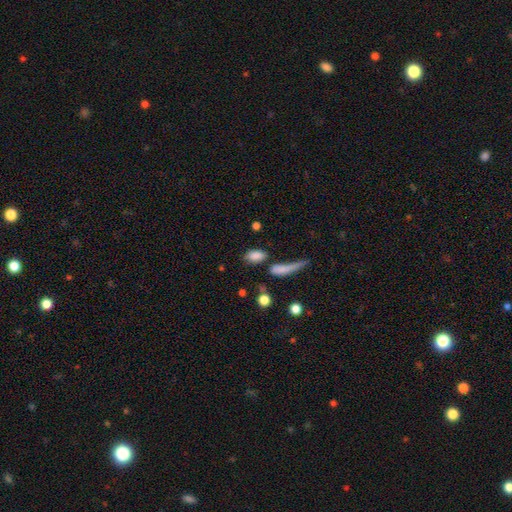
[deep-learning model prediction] Smooth or featured: smooth — 83% (star or artifact — 9%)
How rounded: in between — 86% (round — 8%)
Merging: none — 62% (minor disturbance — 16%)